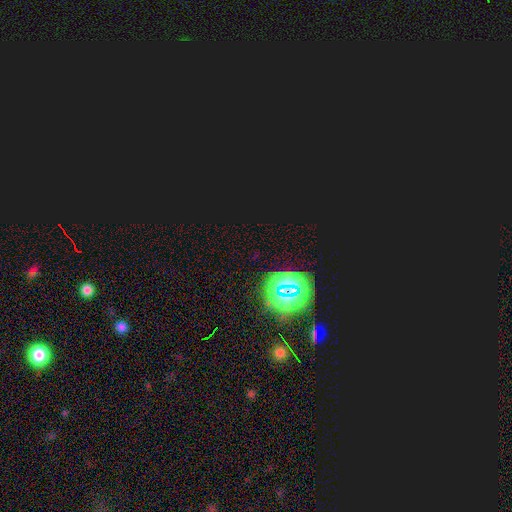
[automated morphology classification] smooth-or-featured: star or artifact: 78% | smooth: 14% | featured or disk: 8%